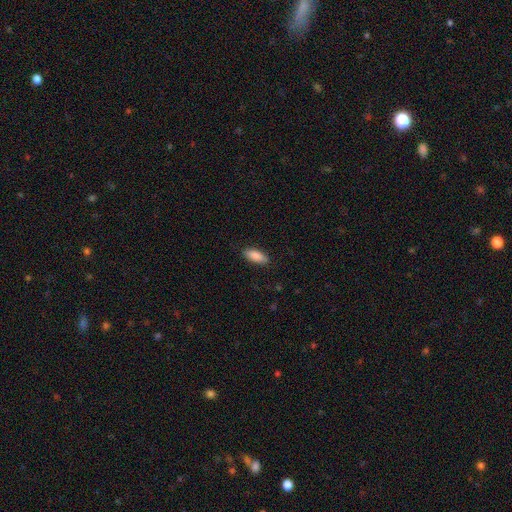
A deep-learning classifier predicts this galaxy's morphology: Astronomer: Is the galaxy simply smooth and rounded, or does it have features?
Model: smooth — 86%.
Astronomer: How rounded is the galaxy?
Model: in between — 78%.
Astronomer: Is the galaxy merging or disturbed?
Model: none — 88%.